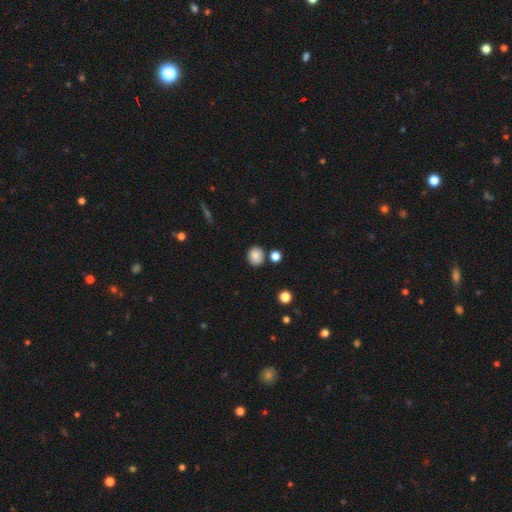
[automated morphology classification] The model was most divided on "how rounded": round: 71%, in between: 28%, cigar-shaped: 1%. More confident: smooth or featured — smooth (86%); merging — none (81%).